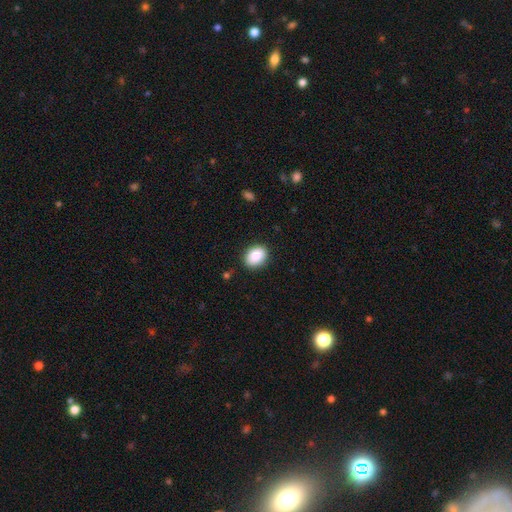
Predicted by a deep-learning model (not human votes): Smooth or featured: smooth — 89% (star or artifact — 7%)
How rounded: in between — 70% (round — 29%)
Merging: none — 87% (minor disturbance — 9%)